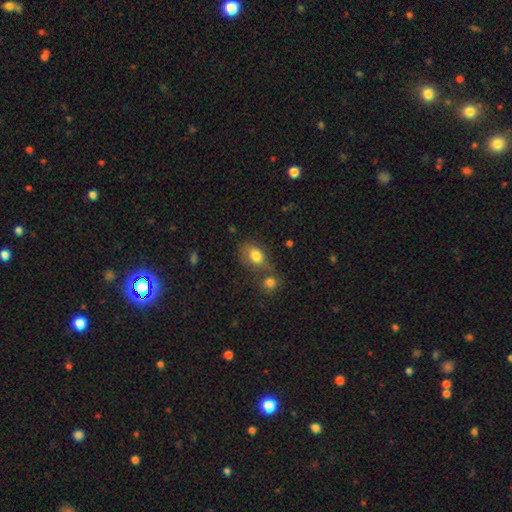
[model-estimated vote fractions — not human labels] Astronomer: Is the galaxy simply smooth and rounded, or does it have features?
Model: smooth — 80%.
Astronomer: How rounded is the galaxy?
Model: in between — 78%.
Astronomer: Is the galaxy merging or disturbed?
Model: none — 43% (runner-up: merger, 30%).